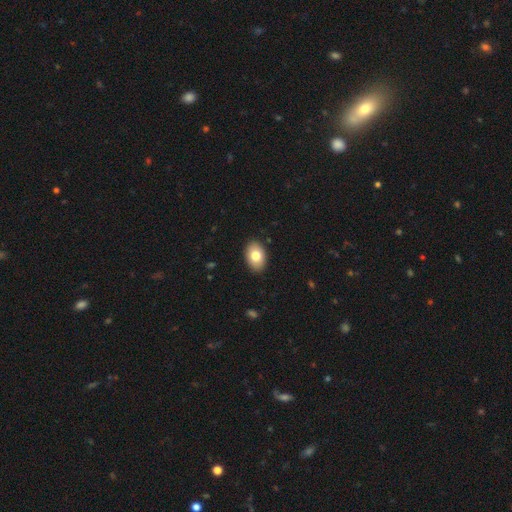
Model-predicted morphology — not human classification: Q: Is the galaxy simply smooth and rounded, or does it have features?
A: smooth — 80%.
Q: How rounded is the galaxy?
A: in between — 85%.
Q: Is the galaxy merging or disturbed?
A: none — 90%.